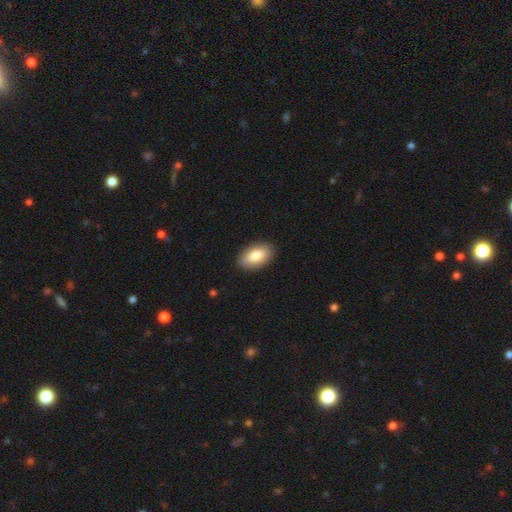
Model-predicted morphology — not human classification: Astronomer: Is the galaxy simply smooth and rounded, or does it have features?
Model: smooth — 85%.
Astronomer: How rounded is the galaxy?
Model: in between — 94%.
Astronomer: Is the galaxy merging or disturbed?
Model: none — 89%.